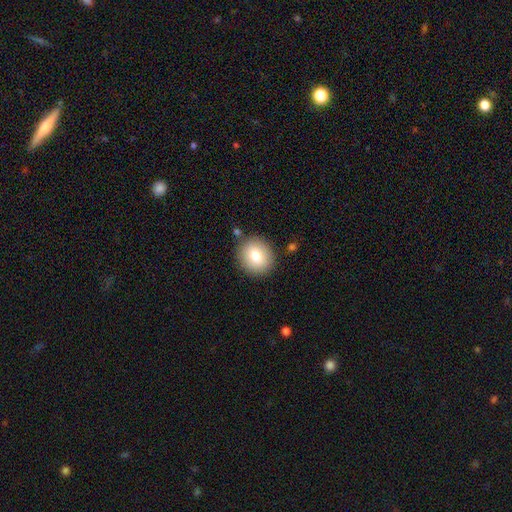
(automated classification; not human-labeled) Overall: smooth (77%). How rounded: round (81%). Merging: none (86%).